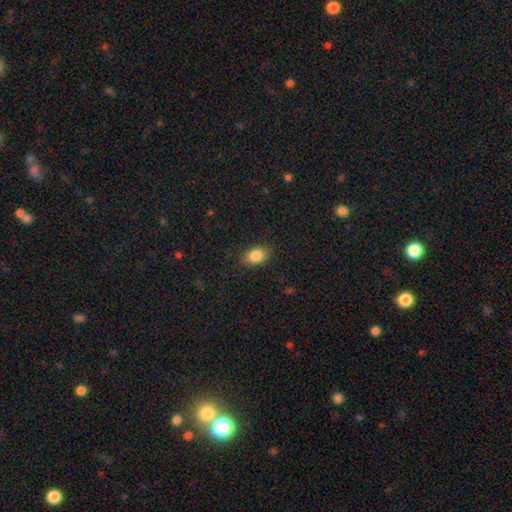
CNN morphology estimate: smooth_or_featured: smooth (p=0.85) [alt: star or artifact p=0.08]
how_rounded: in between (p=0.87) [alt: round p=0.11]
merging: none (p=0.86) [alt: minor disturbance p=0.10]